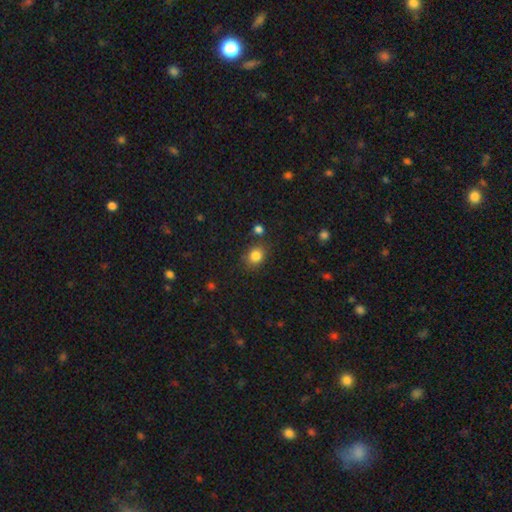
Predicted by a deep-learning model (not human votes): Overall: smooth (83%). How rounded: round (61%; in between 38%). Merging: none (78%).